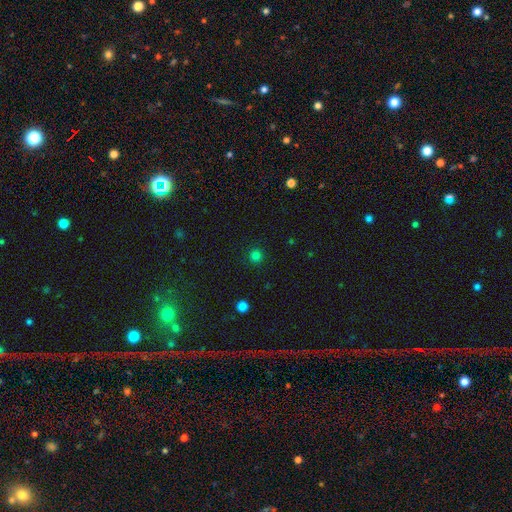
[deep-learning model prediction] Q: Smooth or featured?
A: smooth (79%); runner-up: star or artifact (17%)
Q: How rounded?
A: round (95%); runner-up: in between (4%)
Q: Merging?
A: none (91%); runner-up: minor disturbance (5%)